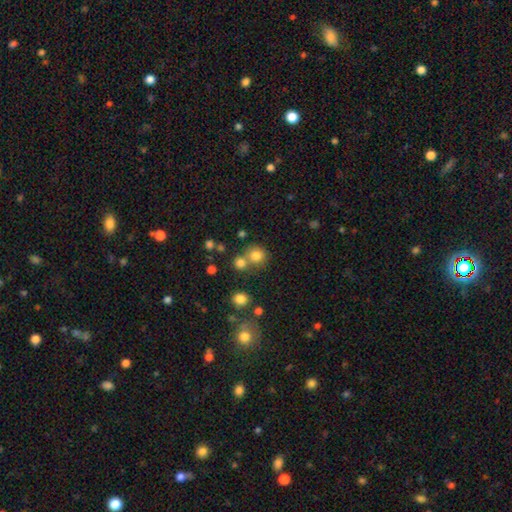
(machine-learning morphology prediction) This is likely a smooth galaxy (78%). How rounded: clearly round (86%). Merging: possibly none (59%).